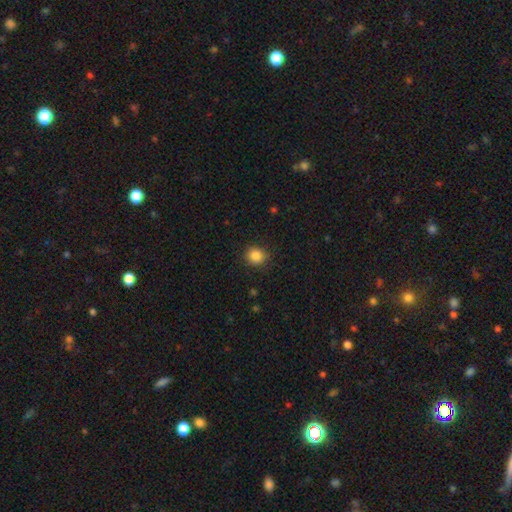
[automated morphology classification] Smooth or featured?
  - smooth: 86% *
  - star or artifact: 11%
  - featured or disk: 4%
How rounded?
  - round: 81% *
  - in between: 18%
  - cigar-shaped: 1%
Merging?
  - none: 87% *
  - minor disturbance: 10%
  - major disturbance: 3%
  - merger: 1%